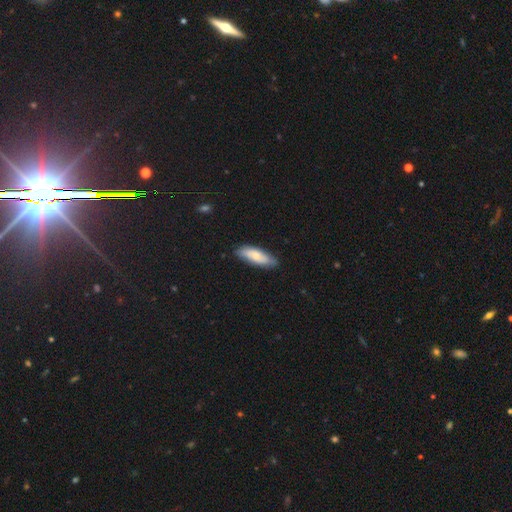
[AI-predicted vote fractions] The model was most divided on "how rounded": in between: 58%, cigar-shaped: 40%, round: 2%. More confident: merging — none (82%); smooth or featured — smooth (67%).